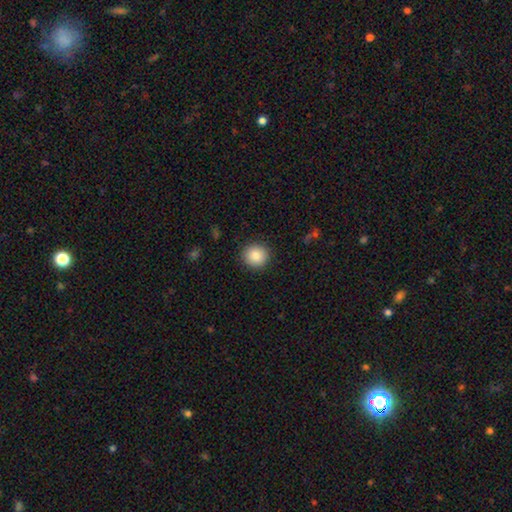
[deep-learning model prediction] This appears to be a smooth galaxy with no disk features (87%) that is round (91%). Merging: none (91%).